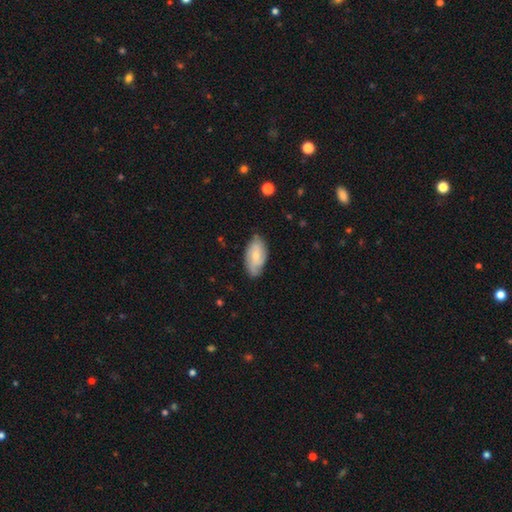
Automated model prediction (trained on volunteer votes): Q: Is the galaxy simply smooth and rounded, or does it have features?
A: featured or disk — 48%.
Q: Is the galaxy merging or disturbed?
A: none — 71%.